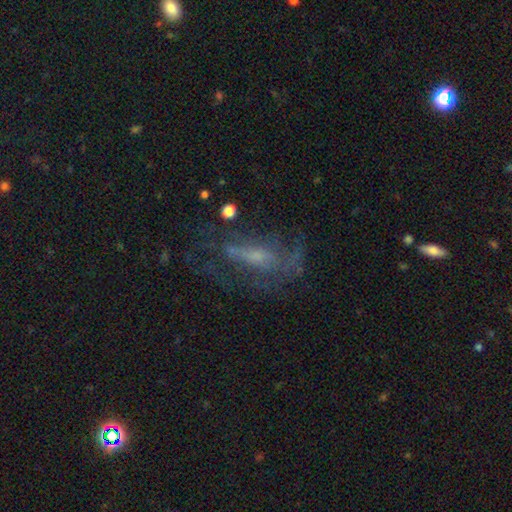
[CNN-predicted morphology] Smooth or featured?
  - featured or disk: 62% *
  - smooth: 23%
  - star or artifact: 15%
Edge-on disk?
  - no: 84% *
  - yes: 16%
Bar?
  - no: 50% *
  - weak: 35%
  - strong: 15%
Spiral arms?
  - yes: 57% *
  - no: 43%
Bulge size?
  - small: 46% *
  - moderate: 30%
  - none: 17%
  - large: 4%
  - dominant: 2%
Merging?
  - none: 50% *
  - major disturbance: 27%
  - minor disturbance: 19%
  - merger: 3%